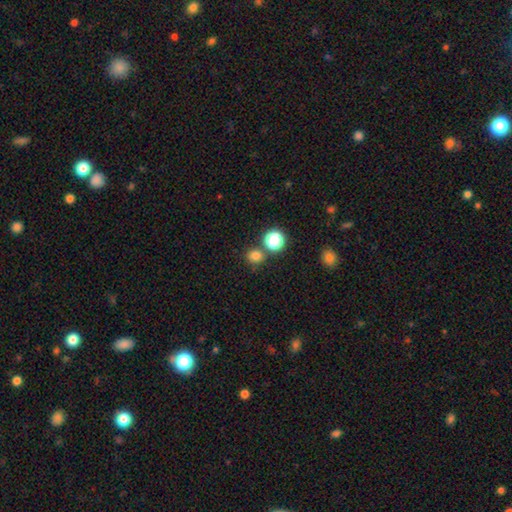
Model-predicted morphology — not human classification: smooth_or_featured: smooth (p=0.77) [alt: star or artifact p=0.18]
how_rounded: round (p=0.85) [alt: in between p=0.14]
merging: none (p=0.74) [alt: merger p=0.16]